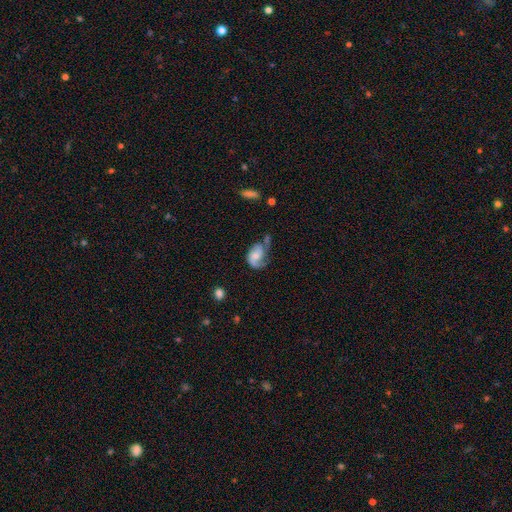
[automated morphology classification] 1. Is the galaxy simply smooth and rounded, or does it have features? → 65% featured or disk, 27% smooth, 7% star or artifact.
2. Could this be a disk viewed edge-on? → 97% no, 3% yes.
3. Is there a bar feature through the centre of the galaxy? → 65% no, 29% weak, 6% strong.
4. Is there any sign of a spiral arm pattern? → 89% yes, 11% no.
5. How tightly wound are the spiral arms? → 41% medium, 36% loose, 23% tight.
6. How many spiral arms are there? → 57% 2, 31% 1, 8% can't tell, 2% 3, 1% 4, 1% more than 4.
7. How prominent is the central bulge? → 39% moderate (tied), 39% small (tied), 13% none, 8% large, 2% dominant.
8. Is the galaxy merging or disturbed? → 33% none, 30% major disturbance, 27% minor disturbance, 11% merger.